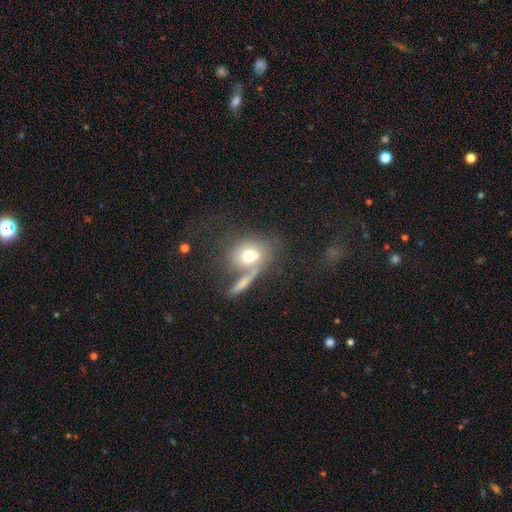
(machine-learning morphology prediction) The model was most divided on "merging": none: 38%, merger: 36%, minor disturbance: 13%, major disturbance: 13%. Remaining: smooth or featured — smooth (62%); how rounded — in between (50%).